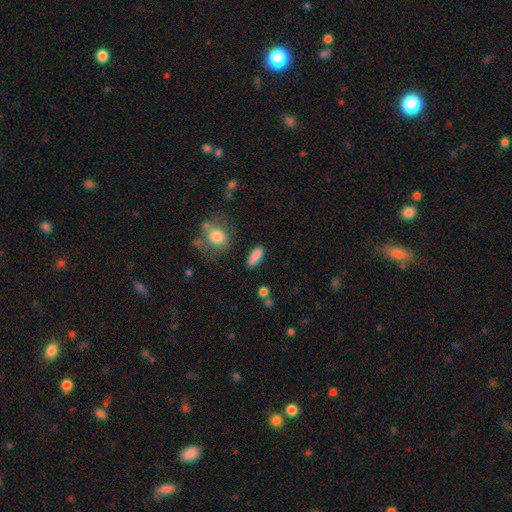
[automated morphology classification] type=smooth (86%); roundness=in between (73%); merging=none (83%).